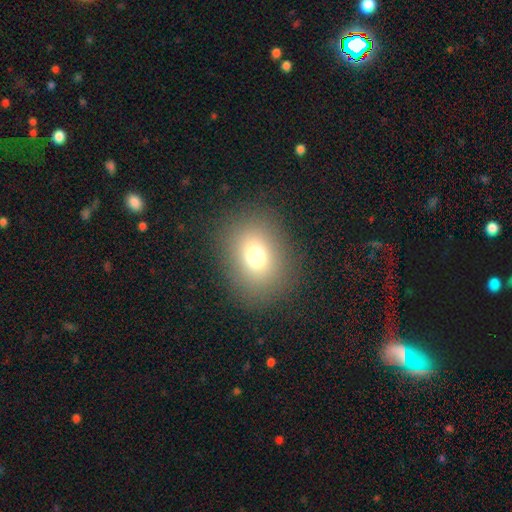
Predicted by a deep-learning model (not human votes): Smooth or featured?
  - smooth: 73% *
  - star or artifact: 16%
  - featured or disk: 11%
How rounded?
  - round: 52% *
  - in between: 47%
  - cigar-shaped: 1%
Merging?
  - none: 86% *
  - minor disturbance: 8%
  - major disturbance: 5%
  - merger: 1%